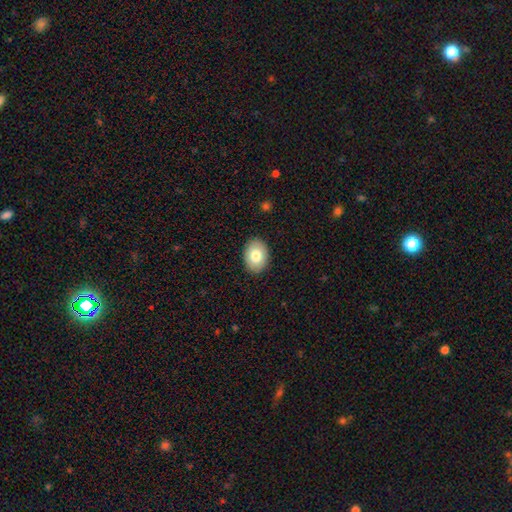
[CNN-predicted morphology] A smooth galaxy with no disk features (80%) that is in between round and cigar-shaped (73%).

Vote fractions:
- Smooth or featured? smooth: 80% / featured or disk: 13% / star or artifact: 7%
- How rounded? in between: 73% / round: 26% / cigar-shaped: 1%
- Merging? none: 89% / minor disturbance: 8% / major disturbance: 2% / merger: 1%